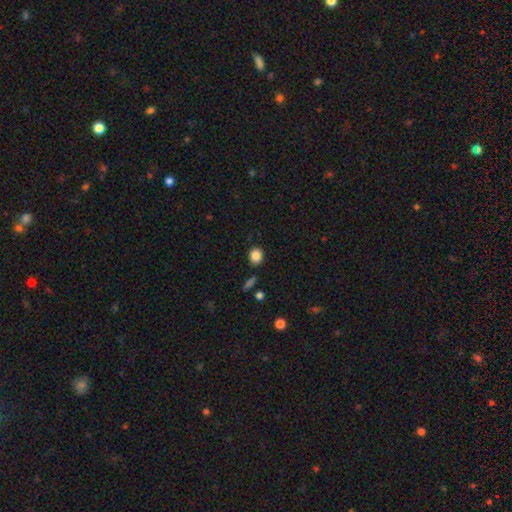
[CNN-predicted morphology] smooth_or_featured: smooth (p=0.85) [alt: star or artifact p=0.10]
how_rounded: round (p=0.75) [alt: in between p=0.24]
merging: none (p=0.86) [alt: minor disturbance p=0.09]